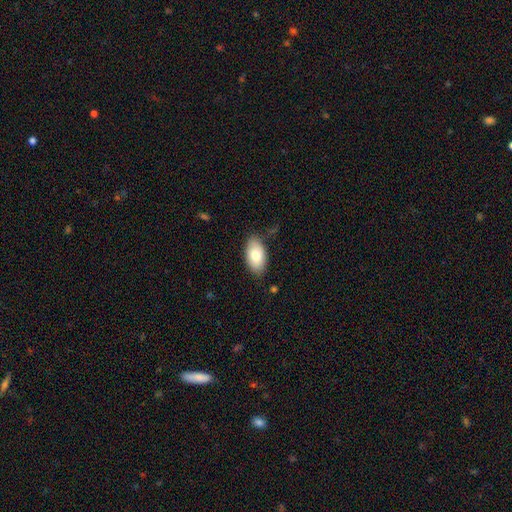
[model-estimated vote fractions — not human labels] Smooth or featured?
  - smooth: 77% *
  - featured or disk: 17%
  - star or artifact: 7%
How rounded?
  - in between: 94% *
  - round: 4%
  - cigar-shaped: 2%
Merging?
  - none: 82% *
  - minor disturbance: 13%
  - major disturbance: 3%
  - merger: 2%